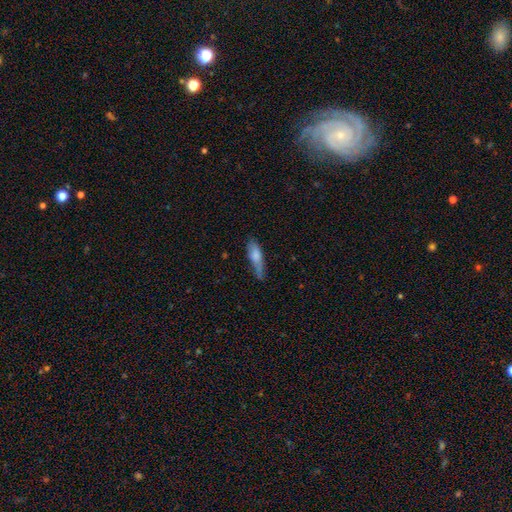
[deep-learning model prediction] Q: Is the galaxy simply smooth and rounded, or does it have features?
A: smooth — 73%.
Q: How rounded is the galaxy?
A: cigar-shaped — 55%.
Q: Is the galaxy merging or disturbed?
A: none — 44%.